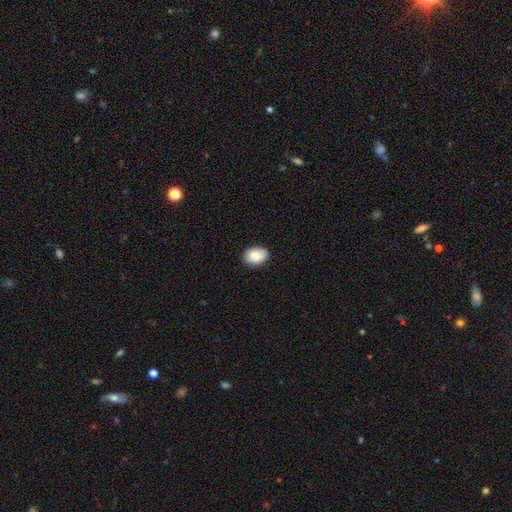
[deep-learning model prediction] Smooth or featured: smooth — 85% (featured or disk — 7%)
How rounded: in between — 76% (round — 23%)
Merging: none — 87% (minor disturbance — 10%)